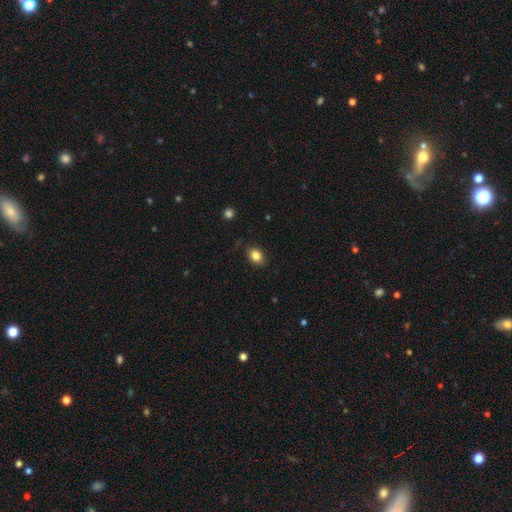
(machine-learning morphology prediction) The model was most divided on "how rounded": in between: 73%, round: 26%, cigar-shaped: 1%. More confident: smooth or featured — smooth (84%); merging — none (84%).